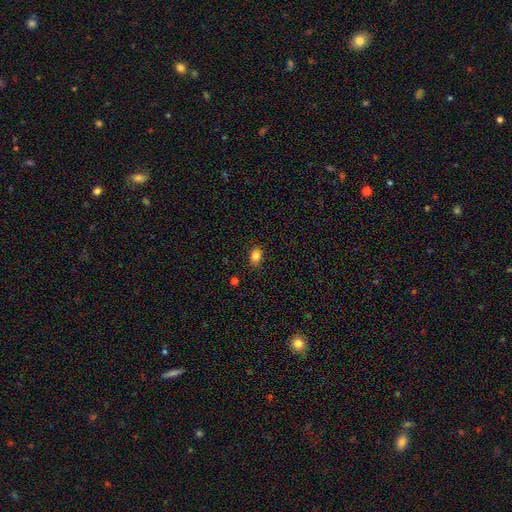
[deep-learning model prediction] Morphology: type=smooth (82%); roundness=in between (73%); merging=none (80%).